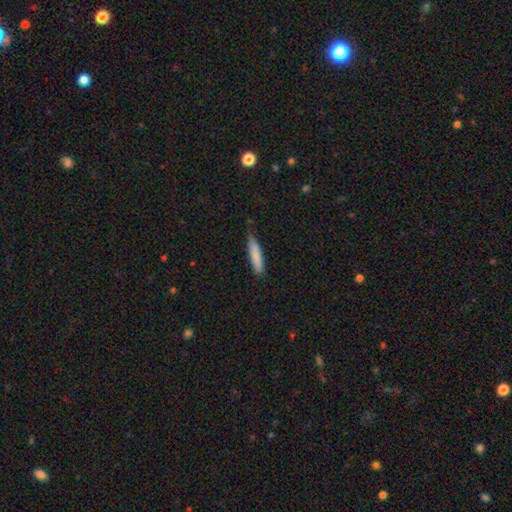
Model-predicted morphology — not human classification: Smooth or featured?
  - smooth: 83% *
  - featured or disk: 12%
  - star or artifact: 6%
How rounded?
  - cigar-shaped: 84% *
  - in between: 15%
  - round: 1%
Merging?
  - none: 76% *
  - minor disturbance: 20%
  - major disturbance: 3%
  - merger: 1%